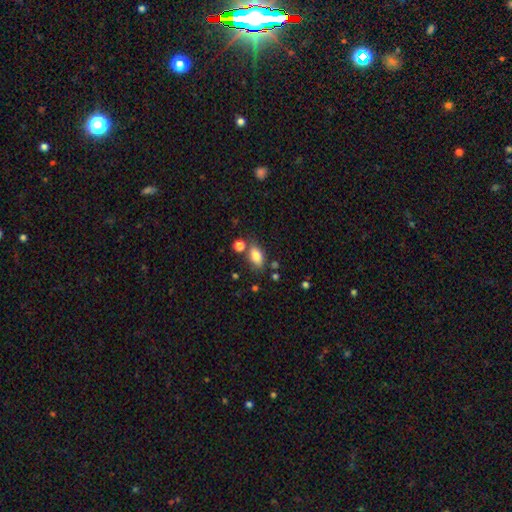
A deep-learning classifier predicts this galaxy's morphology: smooth-or-featured: smooth: 79% | featured or disk: 12% | star or artifact: 9%
  how-rounded: in between: 85% | round: 9% | cigar-shaped: 6%
  merging: none: 70% | minor disturbance: 15% | merger: 11% | major disturbance: 4%